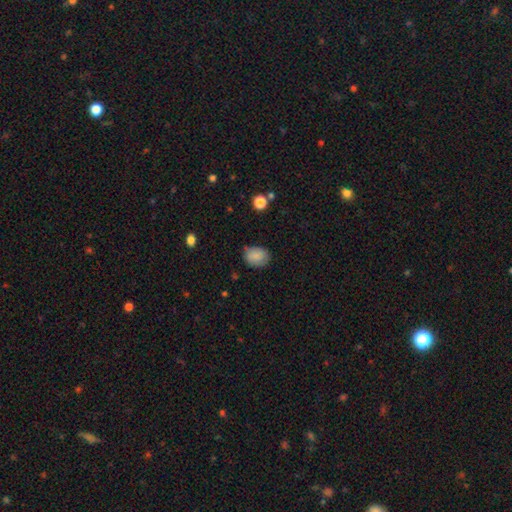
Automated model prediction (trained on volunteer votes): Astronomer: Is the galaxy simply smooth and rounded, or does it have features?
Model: smooth — 83%.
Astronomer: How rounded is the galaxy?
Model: in between — 60% (runner-up: round, 39%).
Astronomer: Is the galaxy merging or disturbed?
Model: none — 71%.